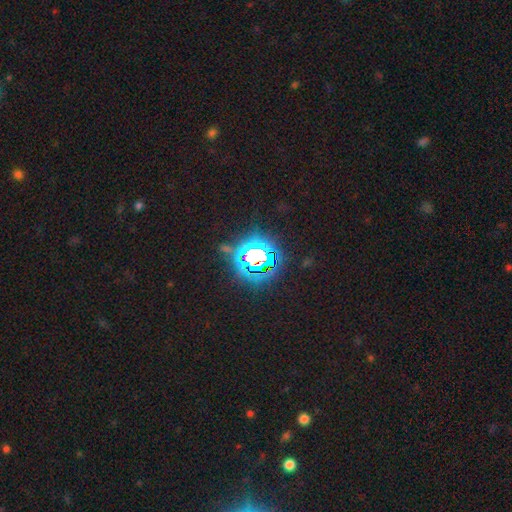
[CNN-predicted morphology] Smooth or featured? Predicted: star or artifact (p=0.84).